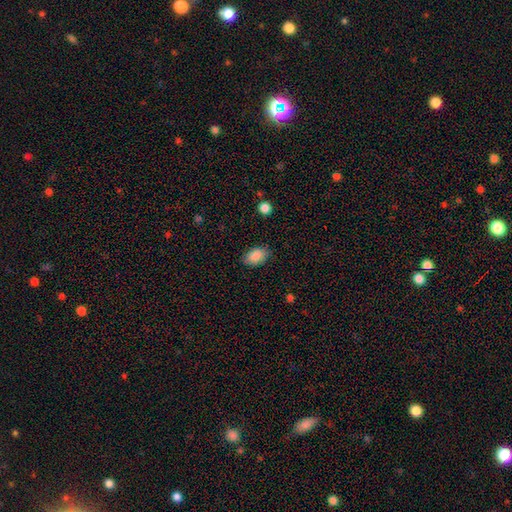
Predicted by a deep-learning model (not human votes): Q: Smooth or featured?
A: smooth (88%); runner-up: star or artifact (7%)
Q: How rounded?
A: in between (90%); runner-up: round (9%)
Q: Merging?
A: none (82%); runner-up: minor disturbance (13%)